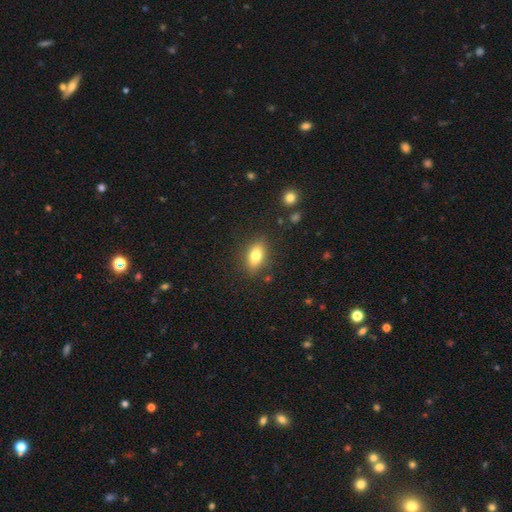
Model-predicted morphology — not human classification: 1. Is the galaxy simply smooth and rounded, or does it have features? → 77% smooth, 14% featured or disk, 9% star or artifact.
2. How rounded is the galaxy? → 83% in between, 10% round, 7% cigar-shaped.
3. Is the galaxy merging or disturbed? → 84% none, 11% minor disturbance, 3% major disturbance, 2% merger.